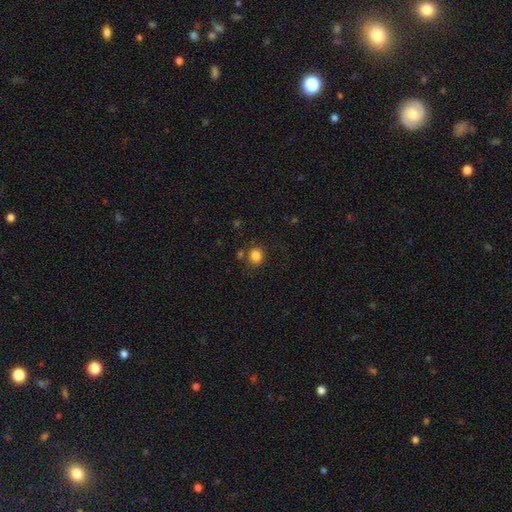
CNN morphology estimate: This is clearly a smooth galaxy (84%). How rounded: likely round (79%). Merging: likely none (78%).